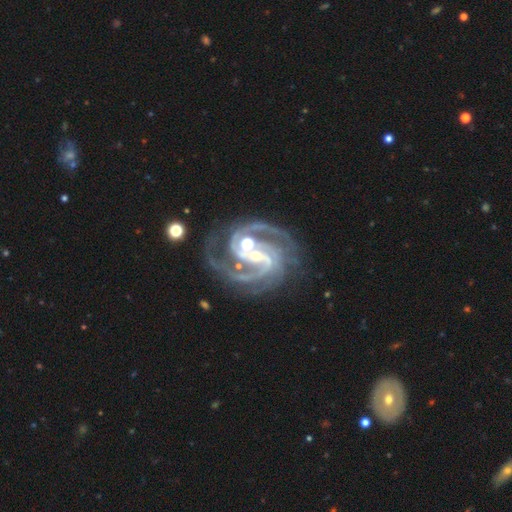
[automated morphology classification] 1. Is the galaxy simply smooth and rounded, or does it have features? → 93% featured or disk, 5% star or artifact, 2% smooth.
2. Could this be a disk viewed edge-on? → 98% no, 2% yes.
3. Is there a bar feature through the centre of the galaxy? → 43% strong, 34% weak, 22% no.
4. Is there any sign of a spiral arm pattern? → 99% yes, 1% no.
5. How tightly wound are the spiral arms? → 52% medium, 42% tight, 6% loose.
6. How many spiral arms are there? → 44% 2, 37% 3, 6% 4, 5% can't tell, 4% more than 4, 4% 1.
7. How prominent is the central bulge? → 48% small, 46% moderate, 3% large, 2% none, 1% dominant.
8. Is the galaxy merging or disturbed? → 61% none, 17% minor disturbance, 12% merger, 10% major disturbance.